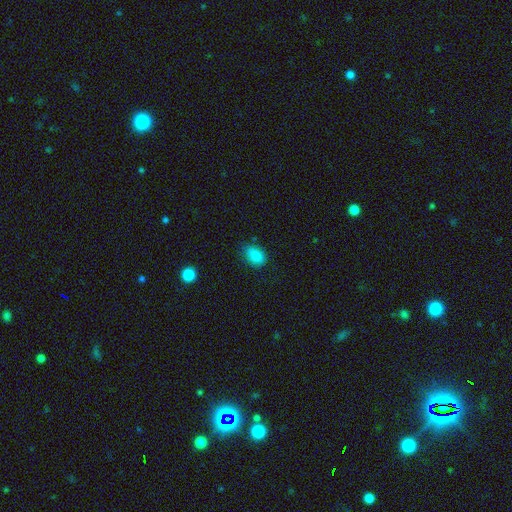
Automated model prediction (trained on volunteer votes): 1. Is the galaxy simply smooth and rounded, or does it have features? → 85% smooth, 10% star or artifact, 6% featured or disk.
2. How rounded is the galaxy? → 72% in between, 27% round, 1% cigar-shaped.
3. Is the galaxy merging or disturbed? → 71% none, 23% minor disturbance, 4% major disturbance, 2% merger.